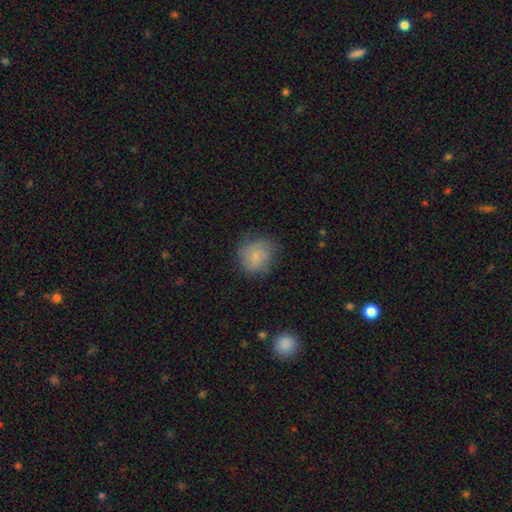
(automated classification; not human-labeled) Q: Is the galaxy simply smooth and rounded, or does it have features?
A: smooth — 78%.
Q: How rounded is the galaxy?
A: round — 83%.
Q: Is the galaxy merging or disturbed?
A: none — 71%.